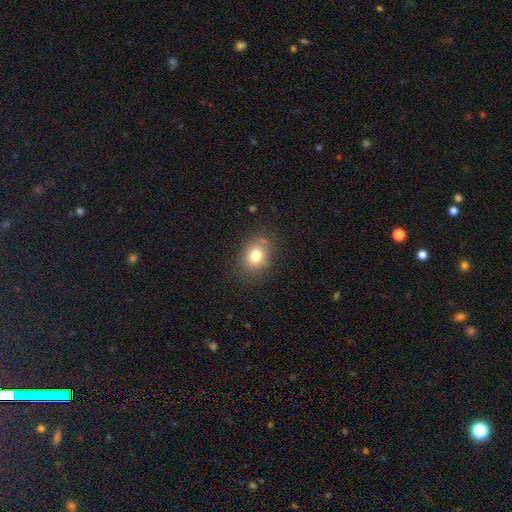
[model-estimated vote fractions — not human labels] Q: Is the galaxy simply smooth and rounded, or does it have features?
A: smooth — 78%.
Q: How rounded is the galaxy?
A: in between — 52%.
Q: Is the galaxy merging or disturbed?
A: none — 79%.